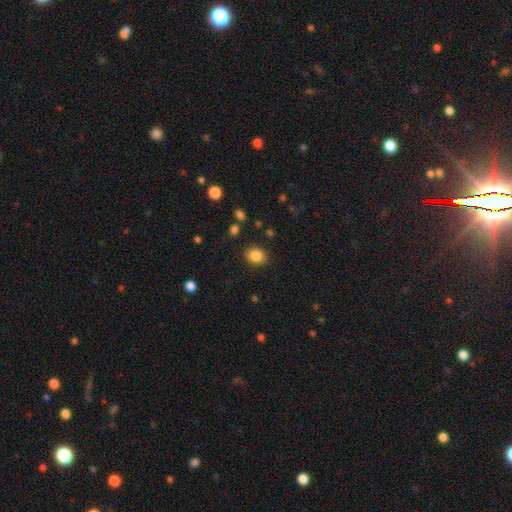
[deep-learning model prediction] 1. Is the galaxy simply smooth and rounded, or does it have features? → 86% smooth, 10% star or artifact, 4% featured or disk.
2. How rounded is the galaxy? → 59% round, 41% in between, 1% cigar-shaped.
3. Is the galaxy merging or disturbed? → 88% none, 8% minor disturbance, 3% major disturbance, 2% merger.